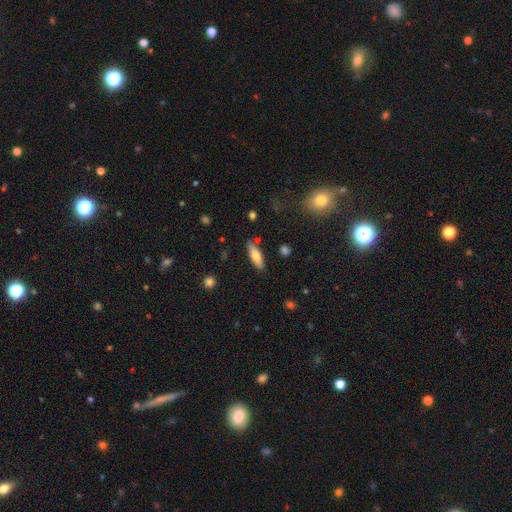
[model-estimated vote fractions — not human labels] Q: Smooth or featured?
A: smooth (63%); runner-up: featured or disk (31%)
Q: How rounded?
A: cigar-shaped (52%); runner-up: in between (45%)
Q: Merging?
A: none (83%); runner-up: minor disturbance (12%)